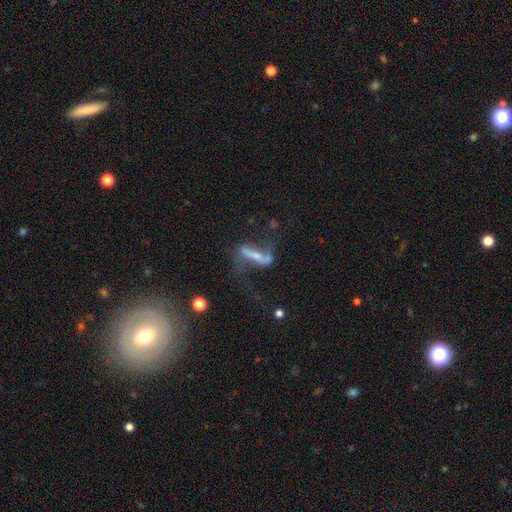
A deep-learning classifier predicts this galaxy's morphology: featured or disk 67%, smooth 23%, star or artifact 10%. Down the decision tree: edge-on disk — no (69%); merging — major disturbance (37%, tied with none).